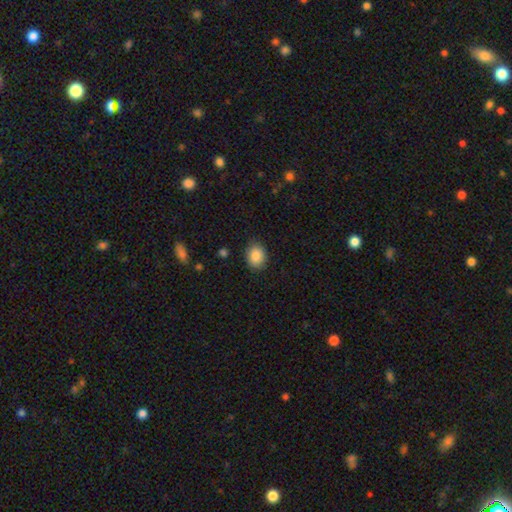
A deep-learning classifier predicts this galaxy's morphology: type=smooth (88%); roundness=in between (57%); merging=none (85%).